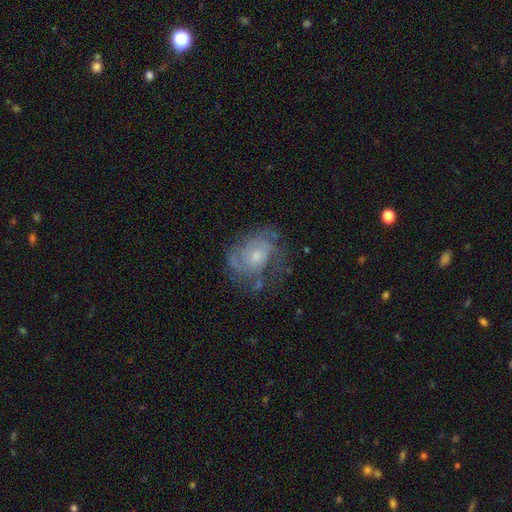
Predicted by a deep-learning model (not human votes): The model was most divided on "spiral arm count": can't tell: 35%, 2: 30%, 3: 19%, 4: 6%, 1: 6%, more than 4: 4%. More confident: edge-on disk — no (97%); spiral arms — yes (89%); smooth or featured — featured or disk (78%); bar — no (72%); merging — none (60%); spiral winding — tight (51%); bulge size — small (50%).